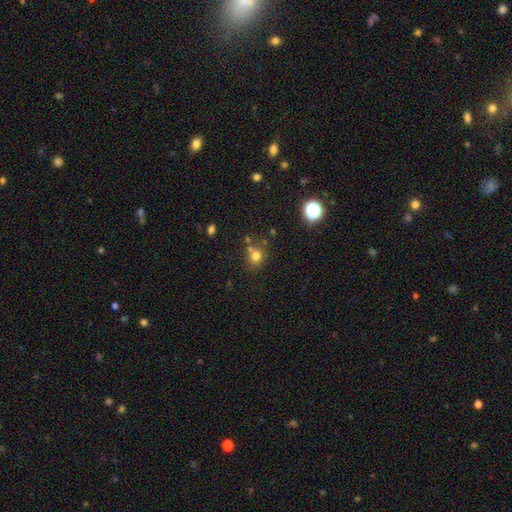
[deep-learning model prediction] Q: Smooth or featured?
A: smooth (73%); runner-up: star or artifact (17%)
Q: How rounded?
A: round (75%); runner-up: in between (24%)
Q: Merging?
A: none (63%); runner-up: merger (20%)